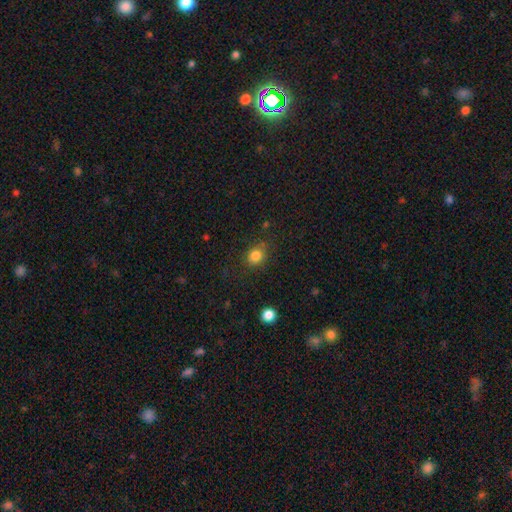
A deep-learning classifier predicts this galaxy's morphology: smooth-or-featured: smooth: 83% | star or artifact: 12% | featured or disk: 5%
  how-rounded: round: 68% | in between: 31% | cigar-shaped: 1%
  merging: none: 79% | minor disturbance: 14% | major disturbance: 5% | merger: 2%